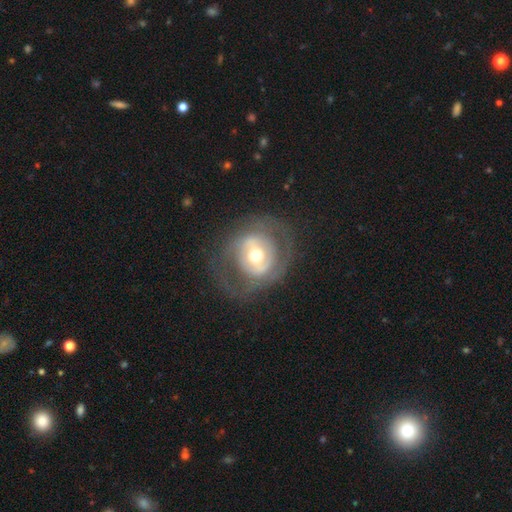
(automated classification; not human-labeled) Overall: featured or disk (61%; smooth 32%). Edge-on disk: no (95%). Bar: no (52%; weak 29%). Spiral arms: no (68%; yes 32%). Bulge size: moderate (70%). Merging: none (72%).